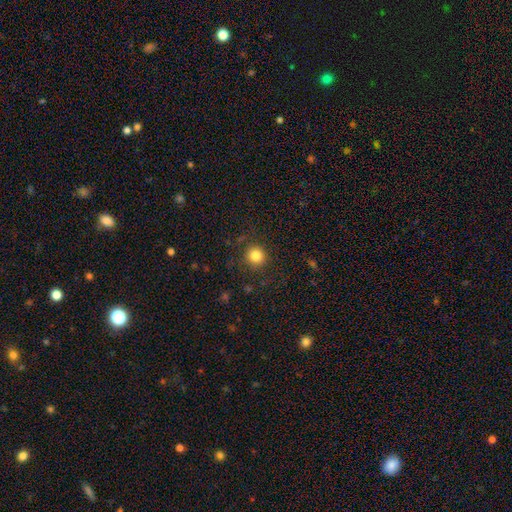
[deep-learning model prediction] A smooth galaxy with no disk features (83%) that is round (93%). Merging: none (88%).